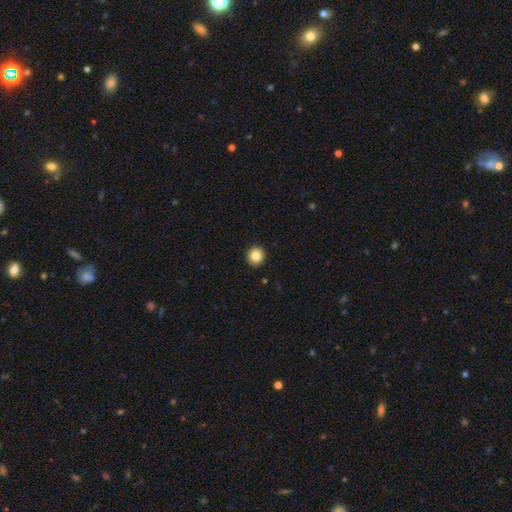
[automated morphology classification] Smooth or featured? smooth (84%)
How rounded? round (90%)
Merging? none (93%)